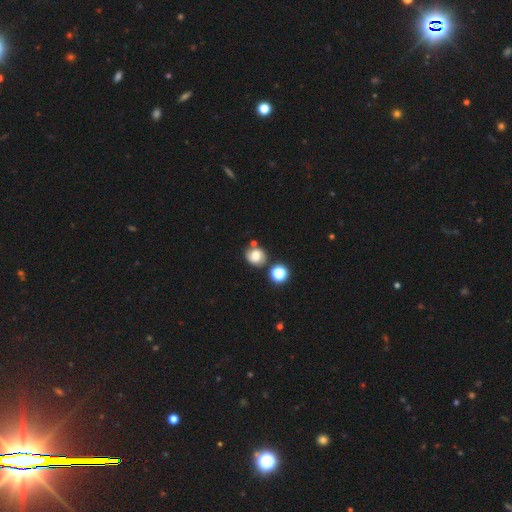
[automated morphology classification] A smooth galaxy with no disk features (61%) that is round (75%).

Vote fractions:
- Smooth or featured? smooth: 61% / featured or disk: 25% / star or artifact: 14%
- How rounded? round: 75% / in between: 24% / cigar-shaped: 1%
- Merging? none: 64% / minor disturbance: 16% / merger: 14% / major disturbance: 5%